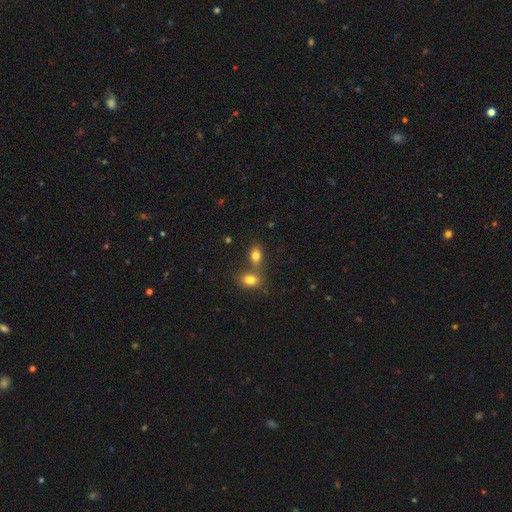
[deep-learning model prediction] smooth 80%, star or artifact 11%, featured or disk 9%. Down the decision tree: how rounded — in between (80%); merging — none (48%).